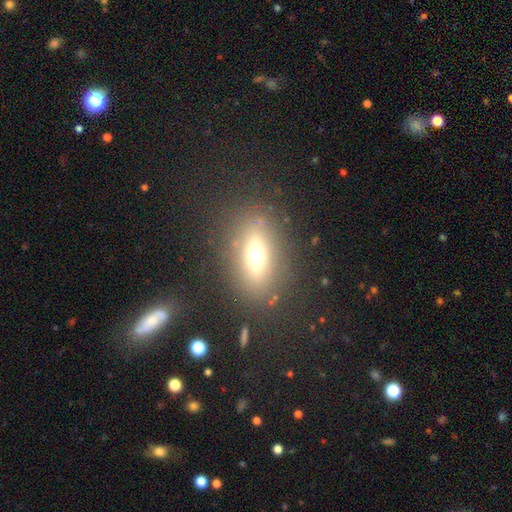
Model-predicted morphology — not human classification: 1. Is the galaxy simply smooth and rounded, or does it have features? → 51% smooth, 35% featured or disk, 14% star or artifact.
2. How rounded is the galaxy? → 66% in between, 25% cigar-shaped, 9% round.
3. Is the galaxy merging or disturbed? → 81% none, 10% minor disturbance, 5% major disturbance, 3% merger.